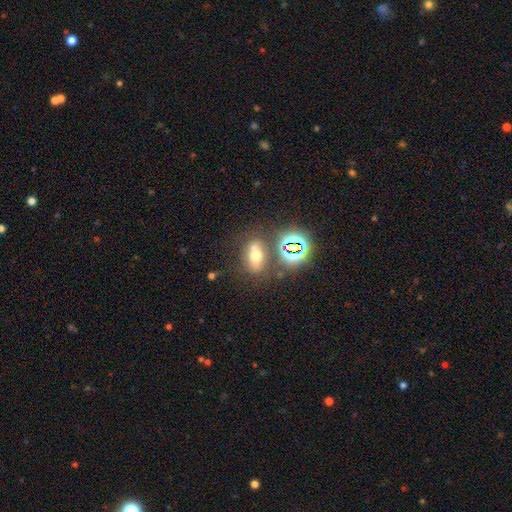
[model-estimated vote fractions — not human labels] Overall: smooth (51%; star or artifact 26%). How rounded: in between (67%). Merging: none (59%; merger 20%).